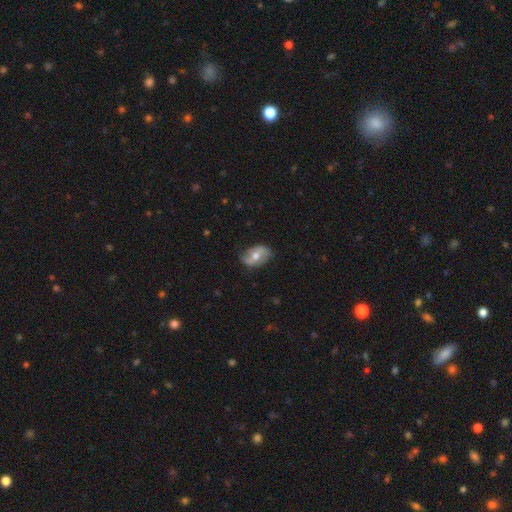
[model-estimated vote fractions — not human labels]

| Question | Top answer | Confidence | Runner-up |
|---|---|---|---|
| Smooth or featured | featured or disk | 57% | smooth (37%) |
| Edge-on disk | no | 93% | yes (7%) |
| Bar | no | 45% | weak (36%) |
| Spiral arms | yes | 70% | no (30%) |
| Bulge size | moderate | 76% | small (16%) |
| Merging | none | 78% | minor disturbance (17%) |